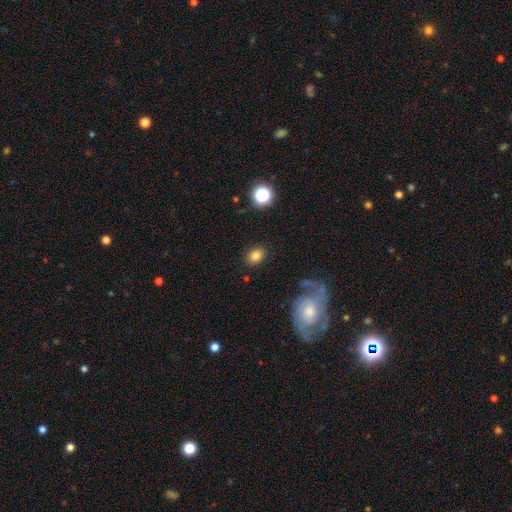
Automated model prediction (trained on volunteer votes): This is clearly a smooth galaxy (80%). How rounded: possibly in between (56%). Merging: clearly none (86%).